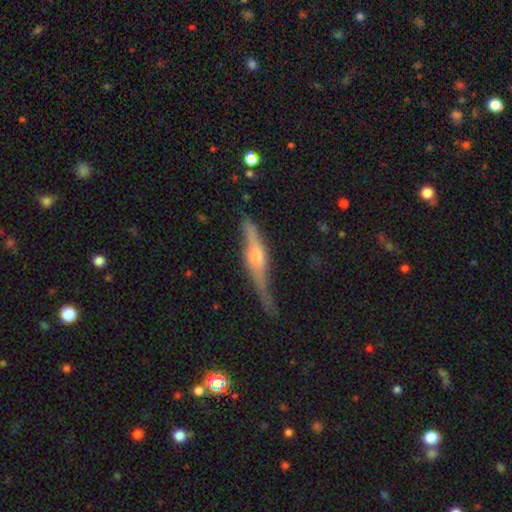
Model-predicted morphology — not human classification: smooth-or-featured: featured or disk: 74% | smooth: 20% | star or artifact: 7%
  disk-edge-on: yes: 91% | no: 9%
    edge-on-bulge: rounded: 82% | boxy: 12% | none: 6%
  merging: none: 58% | minor disturbance: 29% | major disturbance: 10% | merger: 3%